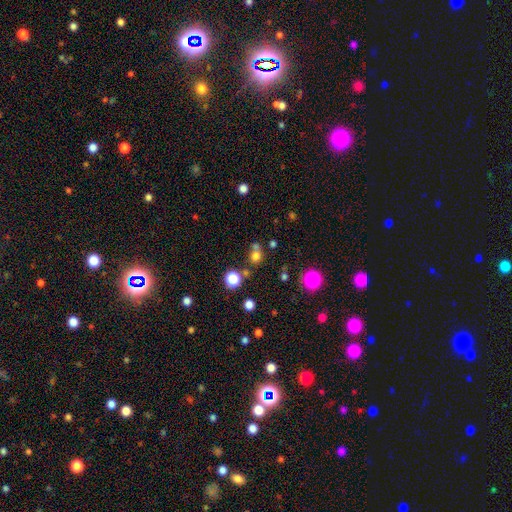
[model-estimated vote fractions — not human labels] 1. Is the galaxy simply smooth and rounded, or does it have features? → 71% smooth, 20% star or artifact, 9% featured or disk.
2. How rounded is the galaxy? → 83% round, 16% in between, 1% cigar-shaped.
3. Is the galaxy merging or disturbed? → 56% none, 30% merger, 9% minor disturbance, 5% major disturbance.